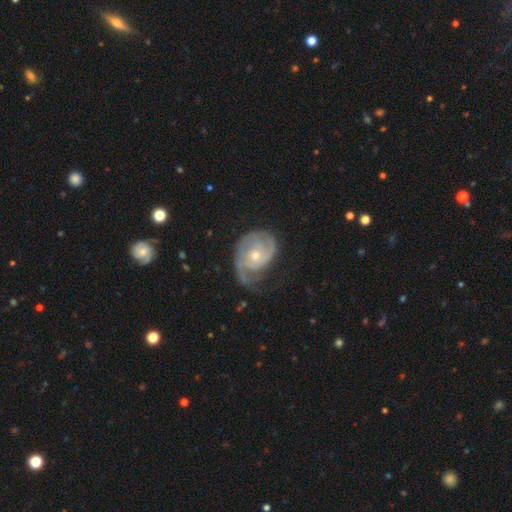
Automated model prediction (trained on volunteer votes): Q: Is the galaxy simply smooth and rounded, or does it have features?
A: featured or disk — 81%.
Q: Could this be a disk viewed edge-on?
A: no — 97%.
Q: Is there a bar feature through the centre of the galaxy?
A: no — 72%.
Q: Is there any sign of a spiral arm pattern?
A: yes — 94%.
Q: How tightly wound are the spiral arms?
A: tight — 49%.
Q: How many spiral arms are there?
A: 2 — 49%.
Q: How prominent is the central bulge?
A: small — 49%.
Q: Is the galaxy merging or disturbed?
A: none — 49%.